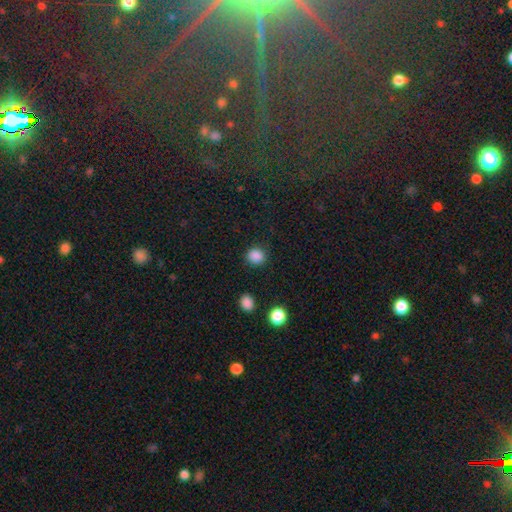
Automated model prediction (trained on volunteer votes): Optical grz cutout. It shows a smooth galaxy with no disk features (87%) that is round (80%). Merging: none (88%).